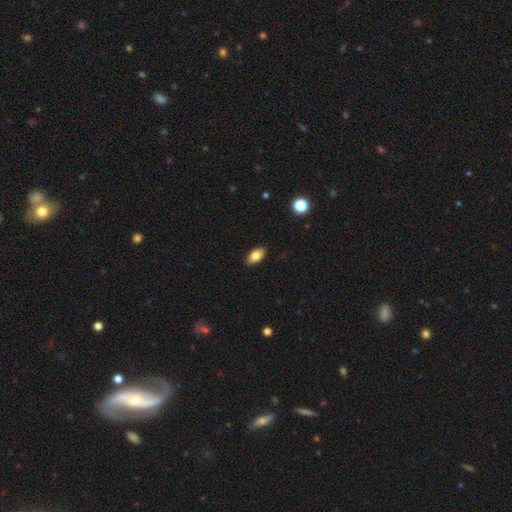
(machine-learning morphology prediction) smooth 80%, featured or disk 13%, star or artifact 7%. Down the decision tree: how rounded — in between (91%); merging — none (90%).